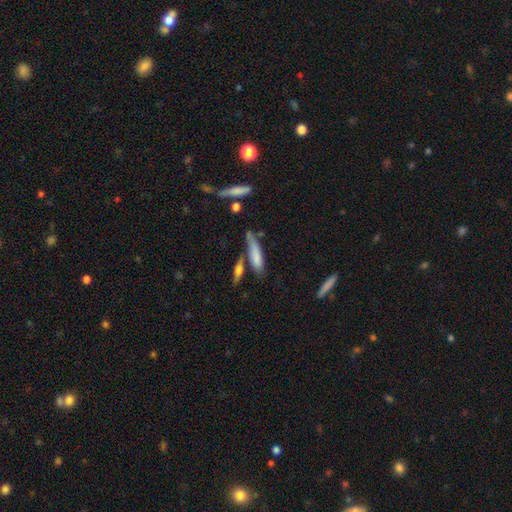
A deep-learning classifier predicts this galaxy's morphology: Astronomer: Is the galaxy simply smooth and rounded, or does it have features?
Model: smooth — 71%.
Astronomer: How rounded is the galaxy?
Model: cigar-shaped — 71%.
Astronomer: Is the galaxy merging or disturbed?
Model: none — 54%.